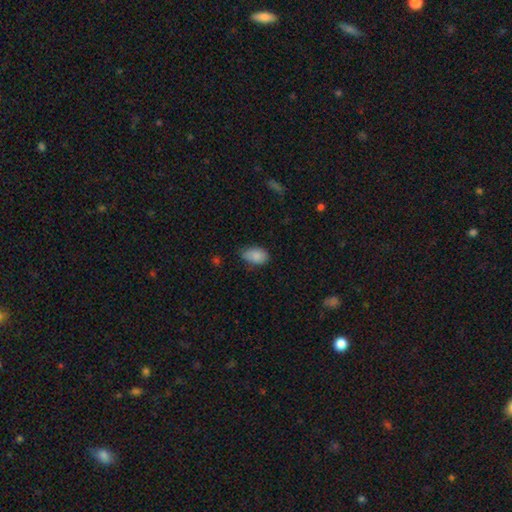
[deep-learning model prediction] A smooth galaxy with no disk features (87%) that is in between round and cigar-shaped (89%). Merging: none (61%).